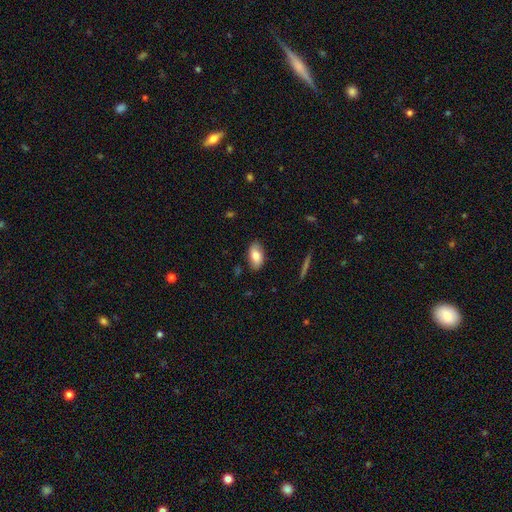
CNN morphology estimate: Smooth or featured?
  - smooth: 76% *
  - featured or disk: 17%
  - star or artifact: 7%
How rounded?
  - in between: 93% *
  - round: 4%
  - cigar-shaped: 3%
Merging?
  - none: 85% *
  - minor disturbance: 11%
  - major disturbance: 2%
  - merger: 1%